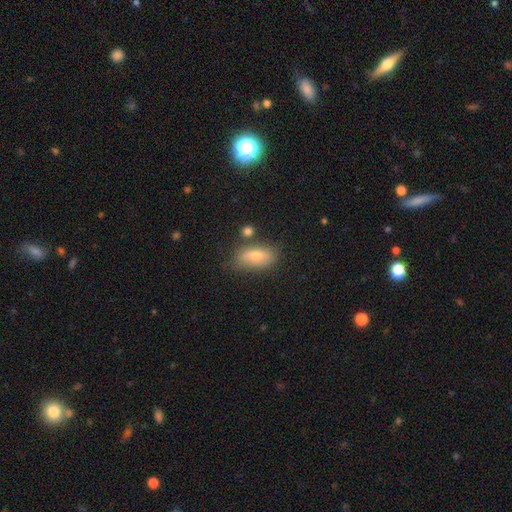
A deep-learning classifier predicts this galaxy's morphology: smooth-or-featured: smooth: 69% | featured or disk: 21% | star or artifact: 11%
  how-rounded: in between: 81% | cigar-shaped: 14% | round: 5%
  merging: none: 69% | minor disturbance: 20% | merger: 6% | major disturbance: 5%